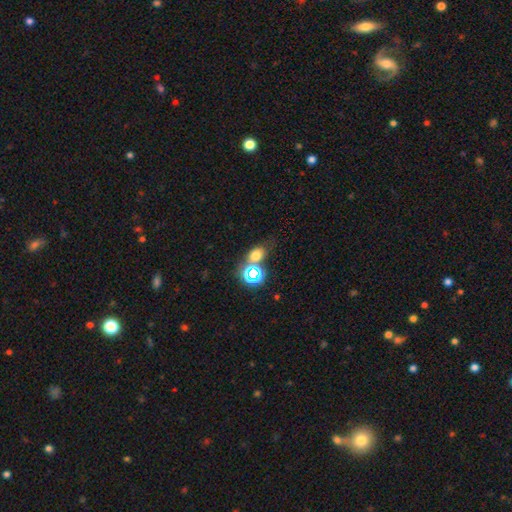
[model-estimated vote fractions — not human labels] Smooth or featured: smooth — 61% (star or artifact — 27%)
How rounded: in between — 53% (round — 45%)
Merging: none — 55% (merger — 26%)